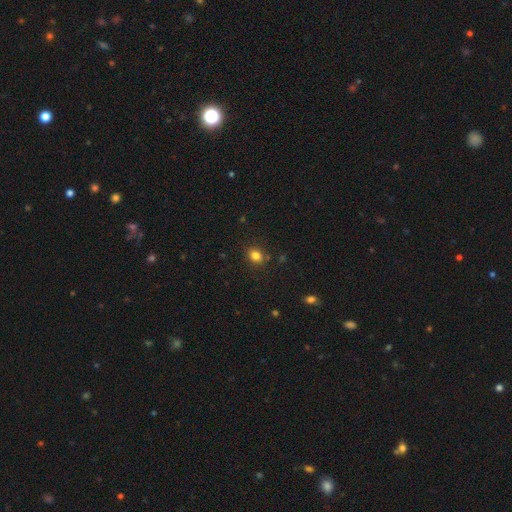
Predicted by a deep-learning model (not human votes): smooth_or_featured: smooth (p=0.82) [alt: star or artifact p=0.13]
how_rounded: round (p=0.57) [alt: in between p=0.42]
merging: none (p=0.84) [alt: minor disturbance p=0.11]